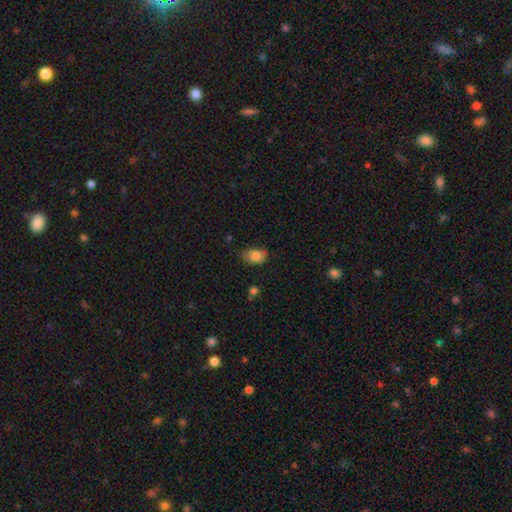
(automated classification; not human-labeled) Q: Smooth or featured?
A: smooth (82%); runner-up: featured or disk (9%)
Q: How rounded?
A: in between (78%); runner-up: round (21%)
Q: Merging?
A: none (65%); runner-up: minor disturbance (27%)